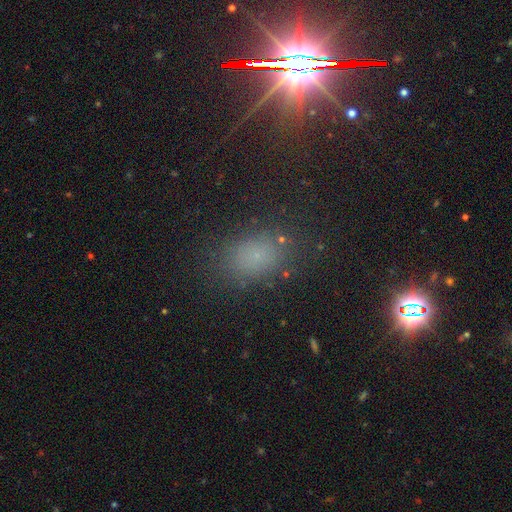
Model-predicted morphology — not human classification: A smooth galaxy with no disk features (55%) that is in between round and cigar-shaped (73%). Merging: none (82%).